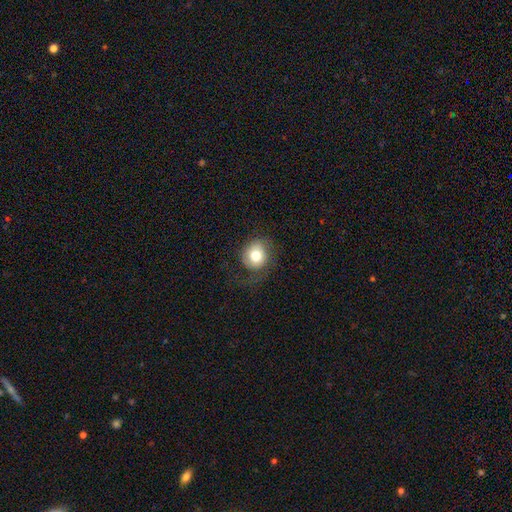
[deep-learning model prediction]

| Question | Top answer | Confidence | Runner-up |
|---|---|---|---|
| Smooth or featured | smooth | 73% | featured or disk (18%) |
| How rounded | round | 77% | in between (22%) |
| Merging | none | 60% | minor disturbance (21%) |